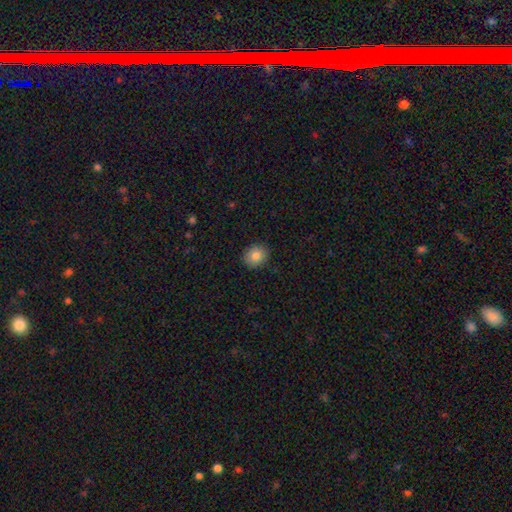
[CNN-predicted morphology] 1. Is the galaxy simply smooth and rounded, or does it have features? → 82% smooth, 9% star or artifact, 8% featured or disk.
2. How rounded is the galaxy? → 71% round, 28% in between, 1% cigar-shaped.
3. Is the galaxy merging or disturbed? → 90% none, 8% minor disturbance, 2% major disturbance, 1% merger.